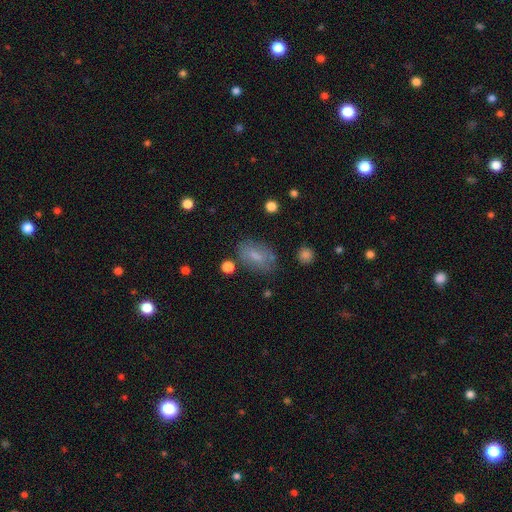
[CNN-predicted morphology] This appears to be a smooth galaxy with no disk features (72%) that is in between round and cigar-shaped (88%). Merging: none (71%).